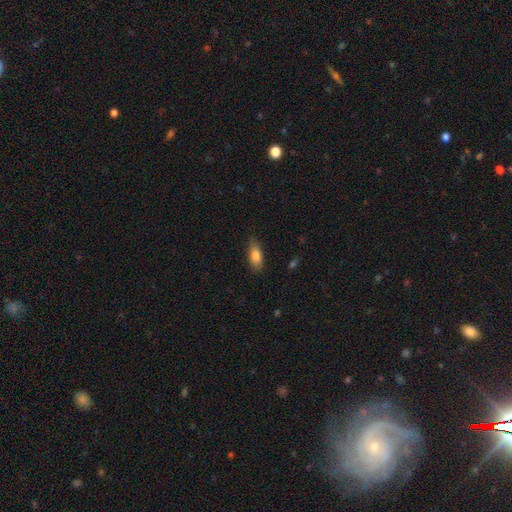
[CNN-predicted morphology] Smooth or featured?
  - smooth: 81% *
  - featured or disk: 12%
  - star or artifact: 7%
How rounded?
  - in between: 81% *
  - cigar-shaped: 16%
  - round: 3%
Merging?
  - none: 75% *
  - minor disturbance: 20%
  - major disturbance: 4%
  - merger: 1%